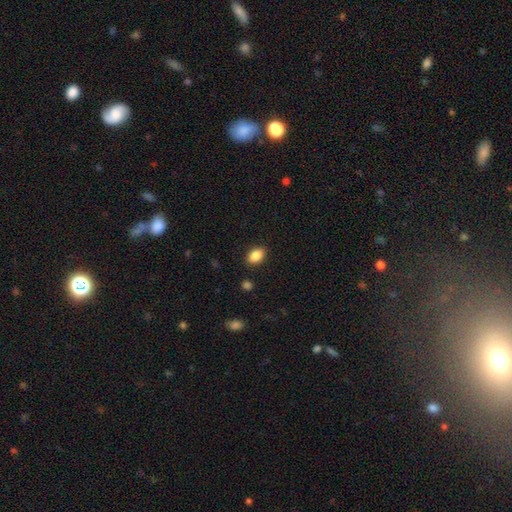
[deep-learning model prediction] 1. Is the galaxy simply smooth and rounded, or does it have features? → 86% smooth, 8% star or artifact, 5% featured or disk.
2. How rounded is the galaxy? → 84% in between, 15% round, 1% cigar-shaped.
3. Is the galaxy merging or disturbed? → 88% none, 9% minor disturbance, 2% major disturbance, 1% merger.